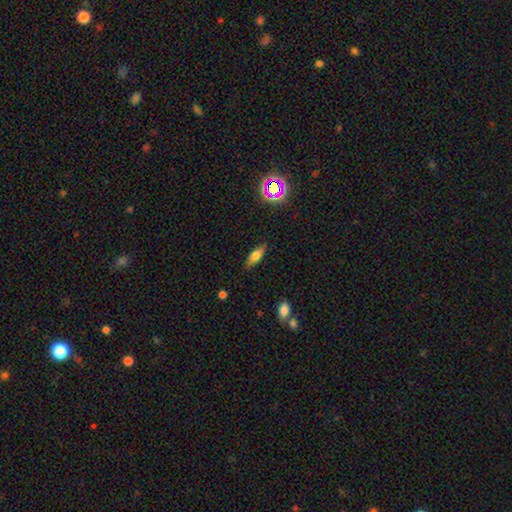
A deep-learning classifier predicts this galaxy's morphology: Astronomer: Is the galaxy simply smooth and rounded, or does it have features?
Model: smooth — 60%.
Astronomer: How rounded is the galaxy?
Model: in between — 60% (runner-up: cigar-shaped, 37%).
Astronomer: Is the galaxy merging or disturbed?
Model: none — 83%.